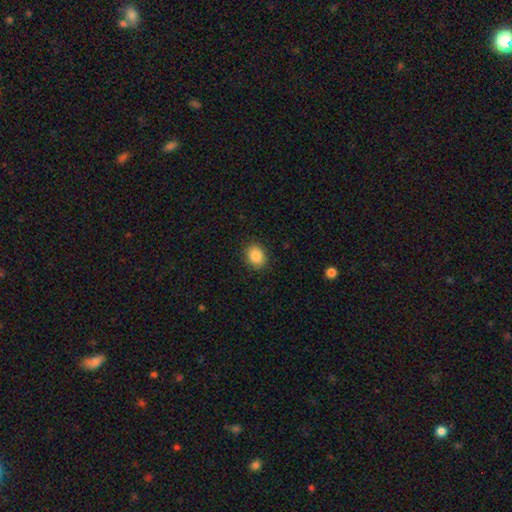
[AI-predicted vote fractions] The model was most divided on "how rounded": in between: 51%, round: 48%, cigar-shaped: 1%. More confident: merging — none (89%); smooth or featured — smooth (87%).